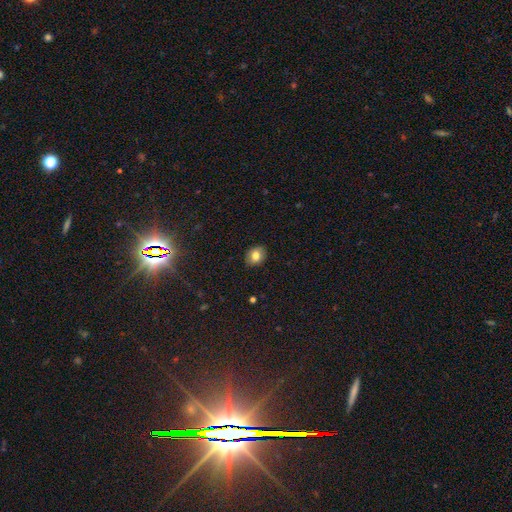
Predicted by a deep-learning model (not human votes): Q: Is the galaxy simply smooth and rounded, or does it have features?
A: smooth — 78%.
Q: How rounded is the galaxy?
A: in between — 65%.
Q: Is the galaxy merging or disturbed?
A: none — 87%.